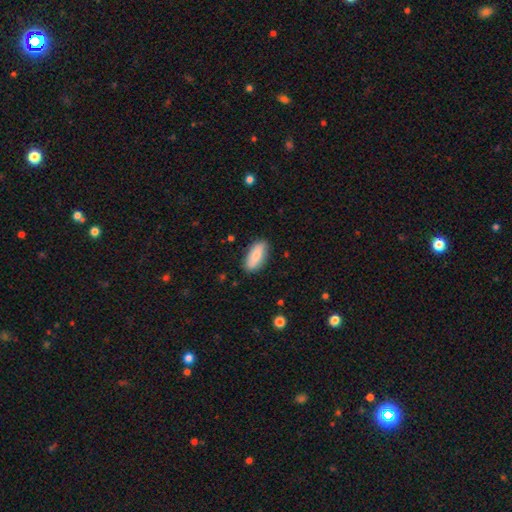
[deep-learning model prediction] smooth-or-featured: smooth: 79% | featured or disk: 15% | star or artifact: 6%
  how-rounded: in between: 80% | cigar-shaped: 18% | round: 2%
  merging: none: 85% | minor disturbance: 12% | major disturbance: 2% | merger: 1%